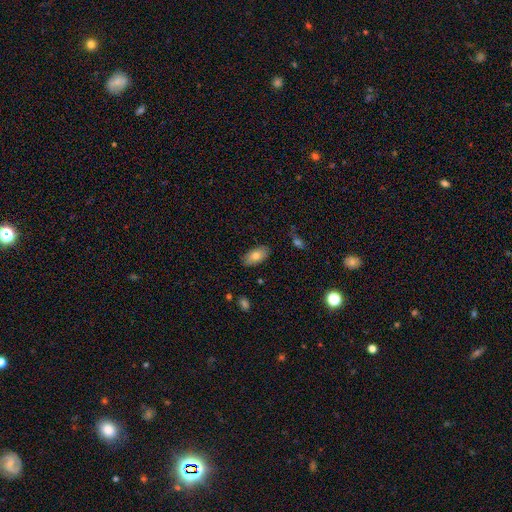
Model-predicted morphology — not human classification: smooth-or-featured: smooth: 77% | featured or disk: 16% | star or artifact: 7%
  how-rounded: in between: 93% | cigar-shaped: 4% | round: 3%
  merging: none: 85% | minor disturbance: 12% | major disturbance: 2% | merger: 1%